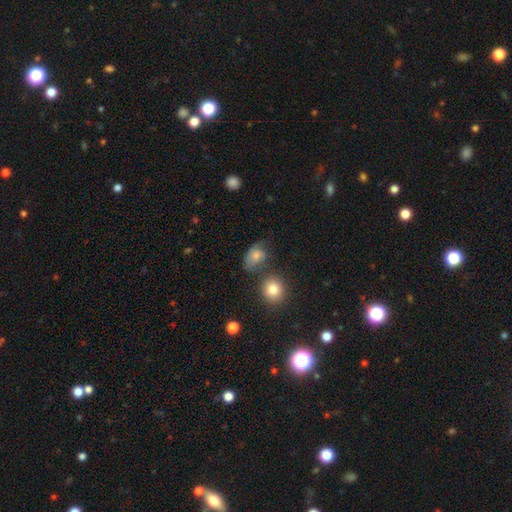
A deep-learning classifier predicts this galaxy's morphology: smooth 68%, featured or disk 20%, star or artifact 11%. Down the decision tree: how rounded — in between (67%); merging — none (43%).